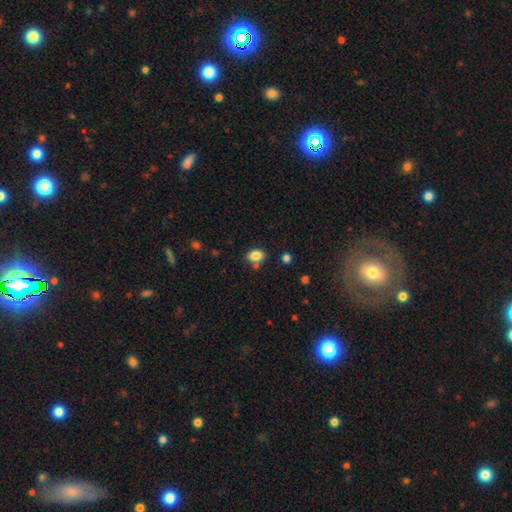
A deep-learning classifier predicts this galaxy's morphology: Smooth or featured? Predicted: smooth (p=0.84). How rounded? Predicted: in between (p=0.78). Merging? Predicted: none (p=0.72).